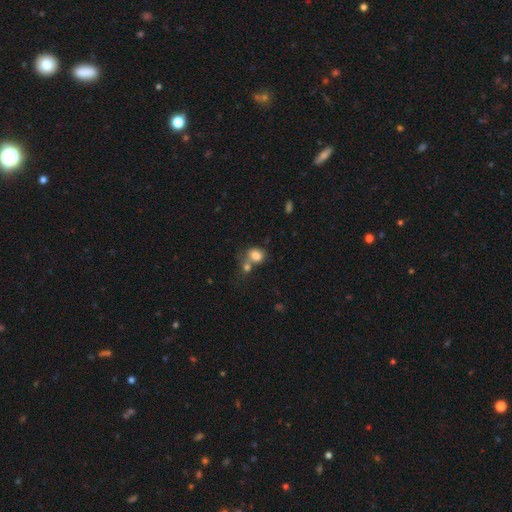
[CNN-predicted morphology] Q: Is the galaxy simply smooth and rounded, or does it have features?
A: smooth — 79%.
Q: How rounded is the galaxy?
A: round — 51%.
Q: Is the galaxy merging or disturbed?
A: merger — 44%.